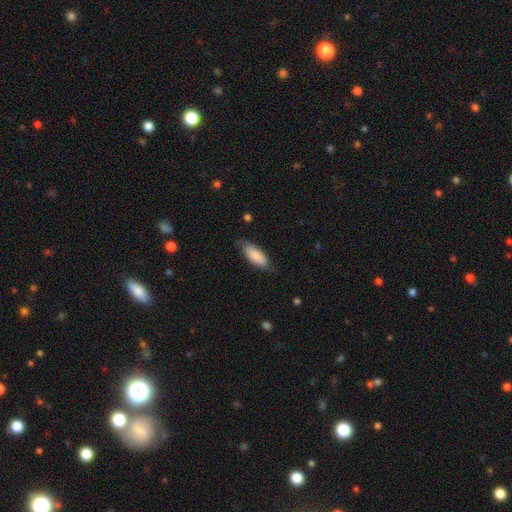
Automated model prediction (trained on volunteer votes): This is clearly a smooth galaxy (83%). How rounded: clearly in between (81%). Merging: likely none (71%).